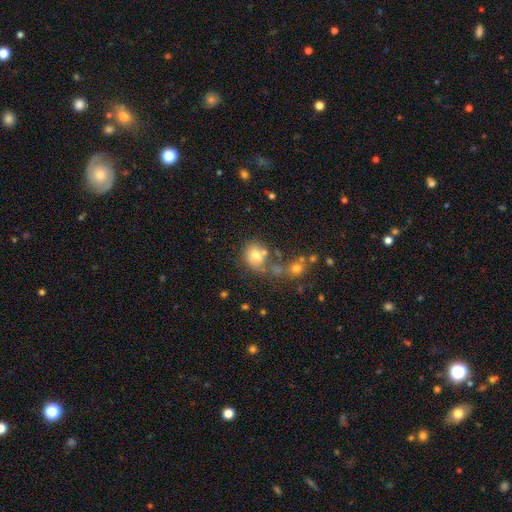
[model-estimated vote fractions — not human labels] Overall: smooth (73%). How rounded: round (62%; in between 37%). Merging: none (51%; merger 26%).